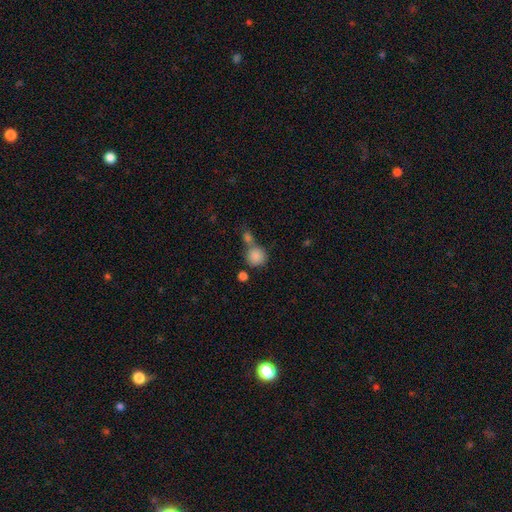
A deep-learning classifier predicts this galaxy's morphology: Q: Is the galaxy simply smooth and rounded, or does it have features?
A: smooth — 85%.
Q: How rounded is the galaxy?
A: round — 87%.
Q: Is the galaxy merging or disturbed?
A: none — 48%.